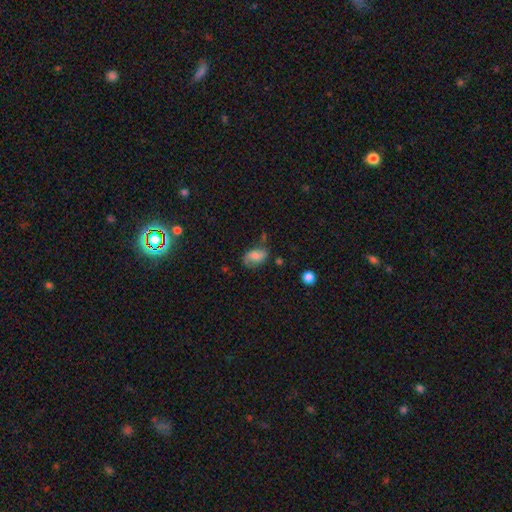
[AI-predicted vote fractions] This appears to be a smooth galaxy with no disk features (57%) that is in between round and cigar-shaped (87%). Merging: none (55%).